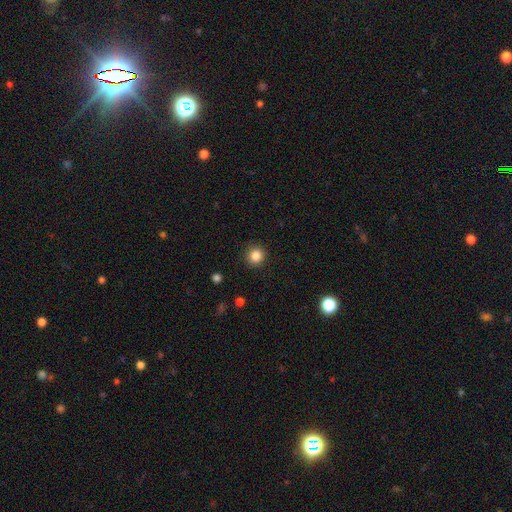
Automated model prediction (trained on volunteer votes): Overall: smooth (85%). How rounded: round (94%). Merging: none (90%).